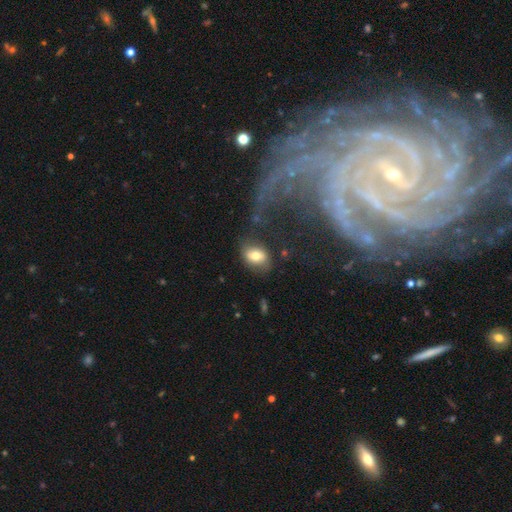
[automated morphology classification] This is likely a smooth galaxy (69%). How rounded: likely in between (72%). Merging: likely none (68%).